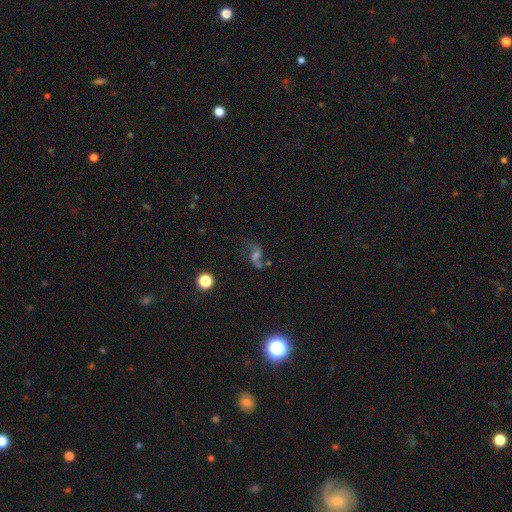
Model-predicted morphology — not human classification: A featured or disk galaxy (66%) with no bar (49%), 2 (86%) loose (83%) spiral arms (87%) and a small central bulge (39%).

Vote fractions:
- Smooth or featured? featured or disk: 66% / star or artifact: 18% / smooth: 16%
- Edge-on disk? no: 95% / yes: 5%
- Bar? no: 49% / weak: 38% / strong: 13%
- Spiral arms? yes: 87% / no: 13%
- Spiral winding? loose: 83% / medium: 13% / tight: 4%
- Spiral arm count? 2: 86% / 1: 7% / can't tell: 3% / 3: 1% / 4: 1% / more than 4: 1%
- Bulge size? small: 39% / moderate: 31% / none: 21% / large: 6% / dominant: 2%
- Merging? none: 56% / major disturbance: 17% / minor disturbance: 16% / merger: 11%